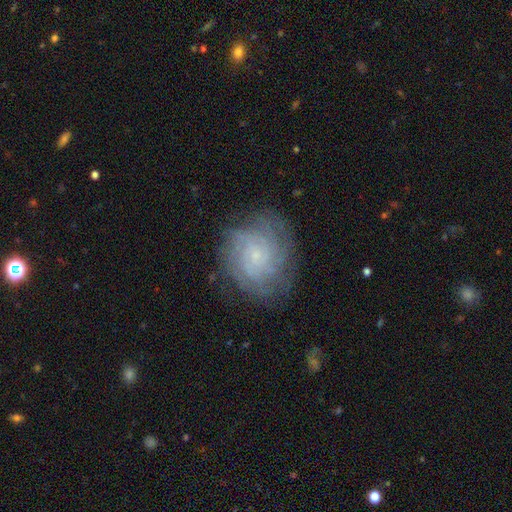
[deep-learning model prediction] This is likely a featured or disk galaxy (68%). It is clearly not viewed edge-on (97%). Bar: likely no (78%). Spiral arm pattern: clearly yes (92%). Spiral arm count: marginally can't tell (45%). Spiral winding: likely tight (69%). Central bulge: clearly small (82%). Merging: likely none (78%).